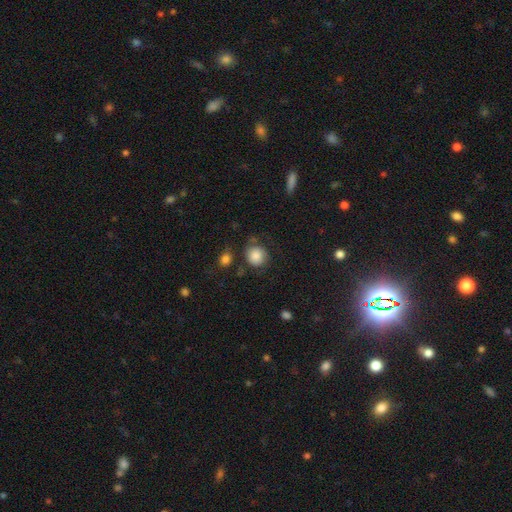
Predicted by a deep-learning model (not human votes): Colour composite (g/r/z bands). It shows a smooth galaxy with no disk features (85%) that is round (84%). Merging: none (70%).